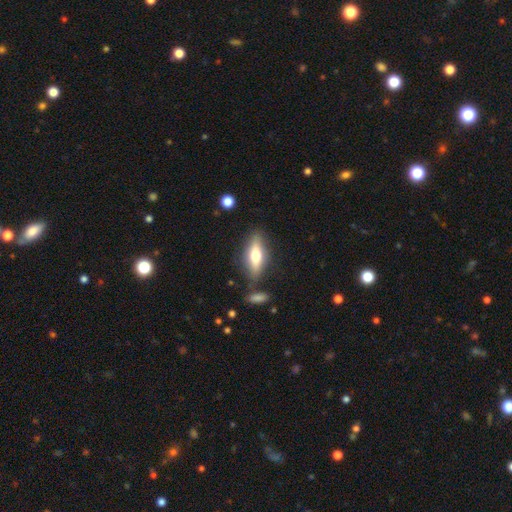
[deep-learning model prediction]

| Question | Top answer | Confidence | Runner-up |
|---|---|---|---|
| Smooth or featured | smooth | 56% | featured or disk (37%) |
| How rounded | in between | 61% | cigar-shaped (36%) |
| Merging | none | 78% | minor disturbance (13%) |